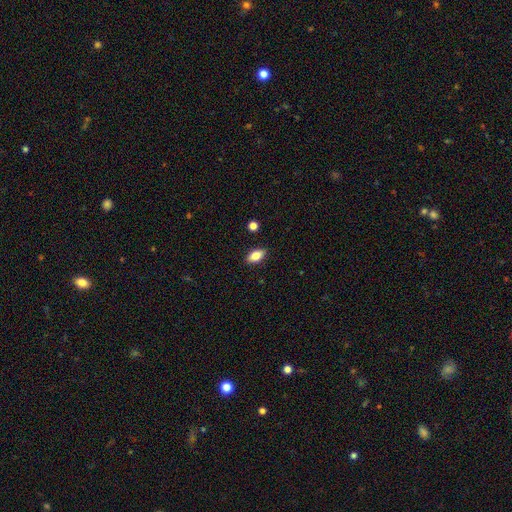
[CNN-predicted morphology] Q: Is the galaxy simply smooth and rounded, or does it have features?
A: smooth — 78%.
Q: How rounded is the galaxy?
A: in between — 88%.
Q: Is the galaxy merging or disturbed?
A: none — 88%.